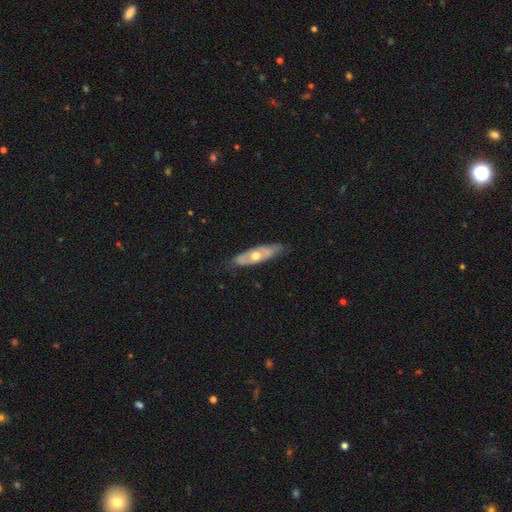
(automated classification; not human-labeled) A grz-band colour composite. It shows a featured or disk galaxy (57%). Merging: none (79%).